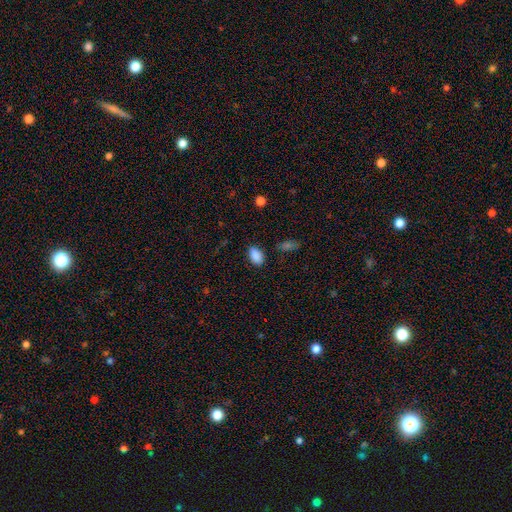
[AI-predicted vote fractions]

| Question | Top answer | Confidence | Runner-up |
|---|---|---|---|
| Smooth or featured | smooth | 88% | star or artifact (8%) |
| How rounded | in between | 90% | round (8%) |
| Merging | none | 80% | minor disturbance (15%) |